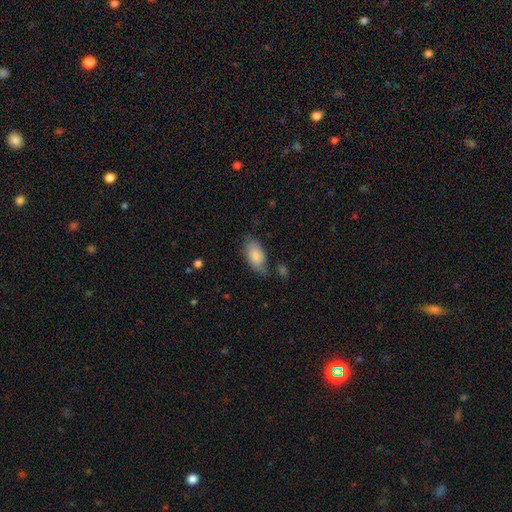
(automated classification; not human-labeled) Smooth or featured? Predicted: smooth (p=0.82). How rounded? Predicted: in between (p=0.93). Merging? Predicted: none (p=0.56).